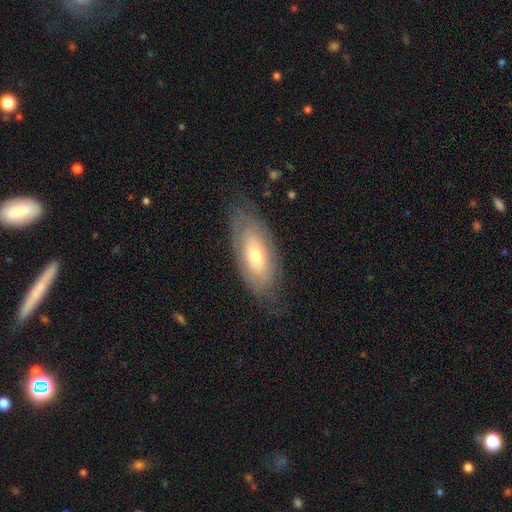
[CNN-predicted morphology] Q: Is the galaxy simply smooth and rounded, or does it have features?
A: featured or disk — 54%.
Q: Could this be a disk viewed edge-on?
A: no — 83%.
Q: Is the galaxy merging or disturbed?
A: none — 71%.